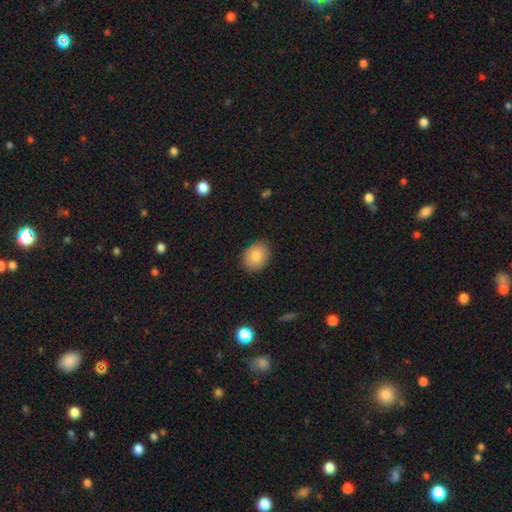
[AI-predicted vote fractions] Smooth or featured: smooth — 82% (featured or disk — 9%)
How rounded: in between — 61% (round — 38%)
Merging: none — 87% (minor disturbance — 10%)